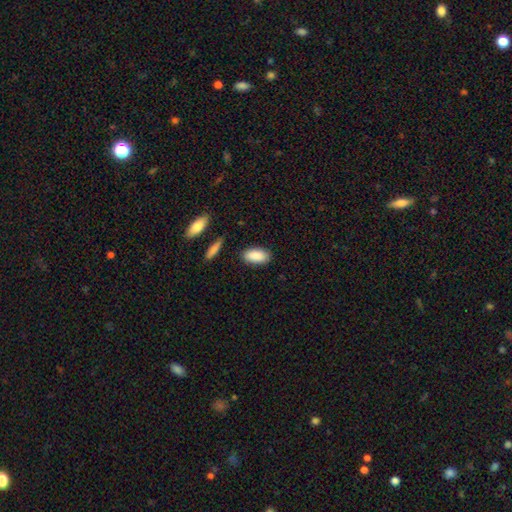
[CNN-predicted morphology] A smooth galaxy with no disk features (89%) that is in between round and cigar-shaped (91%). Merging: none (85%).